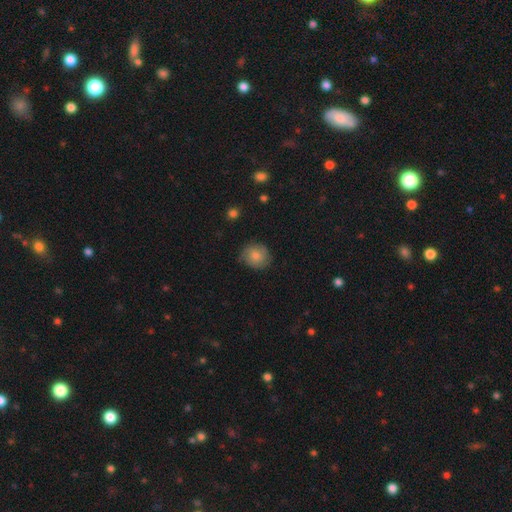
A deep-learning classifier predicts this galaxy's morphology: Overall: smooth (73%). How rounded: round (78%). Merging: none (72%).